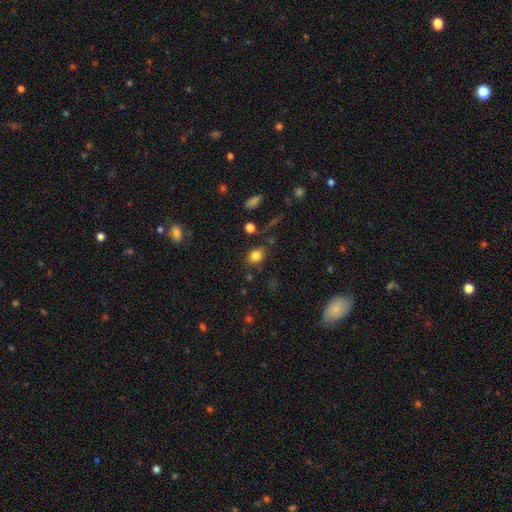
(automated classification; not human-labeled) The model was most divided on "how rounded": in between: 62%, round: 36%, cigar-shaped: 1%. More confident: smooth or featured — smooth (82%); merging — none (77%).